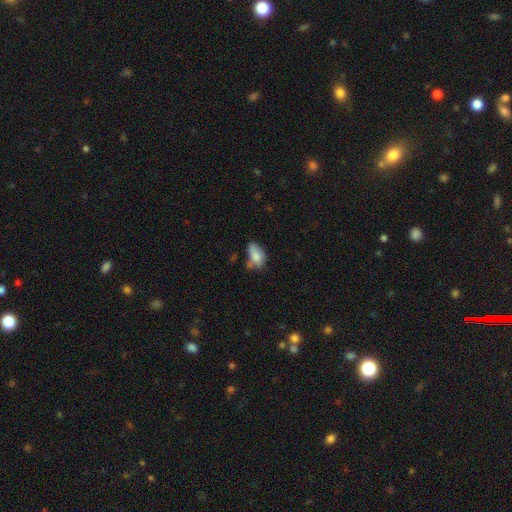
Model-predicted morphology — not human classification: smooth-or-featured: smooth: 78% | featured or disk: 13% | star or artifact: 9%
  how-rounded: in between: 89% | round: 8% | cigar-shaped: 3%
  merging: none: 39% | minor disturbance: 33% | merger: 15% | major disturbance: 13%